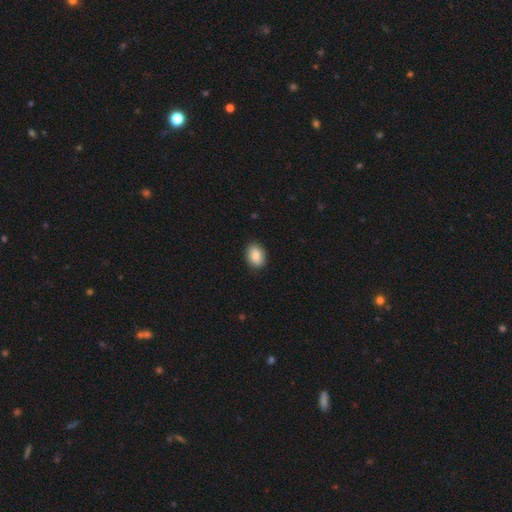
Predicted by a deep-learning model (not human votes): A smooth galaxy with no disk features (83%) that is in between round and cigar-shaped (77%).

Vote fractions:
- Smooth or featured? smooth: 83% / featured or disk: 10% / star or artifact: 7%
- How rounded? in between: 77% / round: 22% / cigar-shaped: 1%
- Merging? none: 87% / minor disturbance: 10% / major disturbance: 2% / merger: 1%